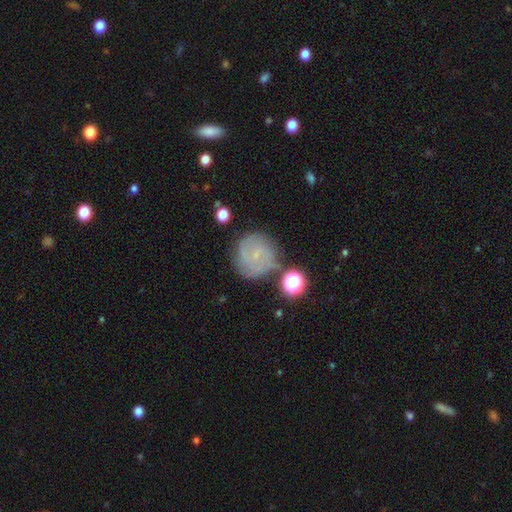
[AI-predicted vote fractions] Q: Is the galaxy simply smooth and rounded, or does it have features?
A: featured or disk — 51%.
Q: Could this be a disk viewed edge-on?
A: no — 97%.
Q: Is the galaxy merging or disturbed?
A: none — 68%.